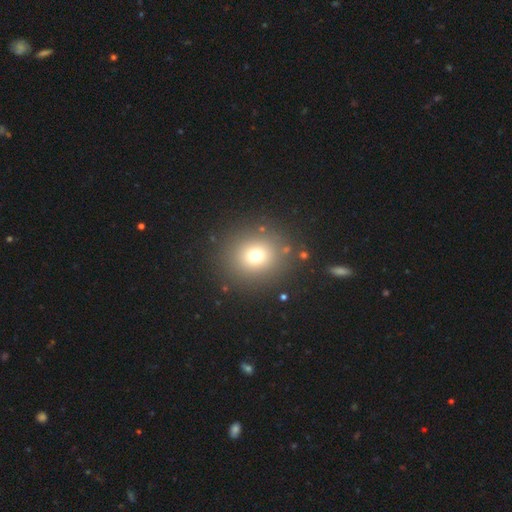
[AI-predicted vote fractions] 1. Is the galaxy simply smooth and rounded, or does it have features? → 70% smooth, 19% star or artifact, 11% featured or disk.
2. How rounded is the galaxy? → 86% round, 13% in between, 1% cigar-shaped.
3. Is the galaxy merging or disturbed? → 87% none, 7% minor disturbance, 4% major disturbance, 2% merger.